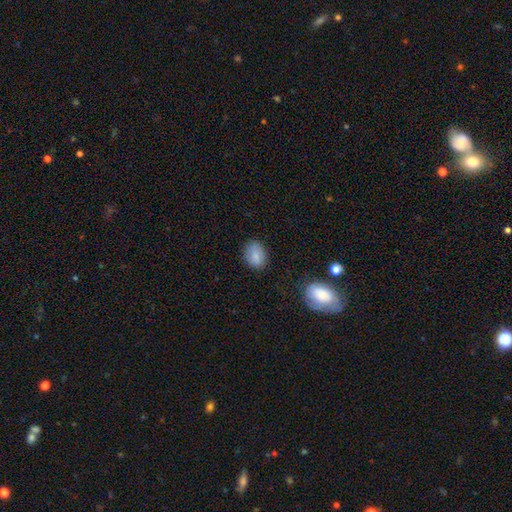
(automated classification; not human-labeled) Smooth or featured? Predicted: smooth (p=0.84). How rounded? Predicted: in between (p=0.71). Merging? Predicted: none (p=0.81).